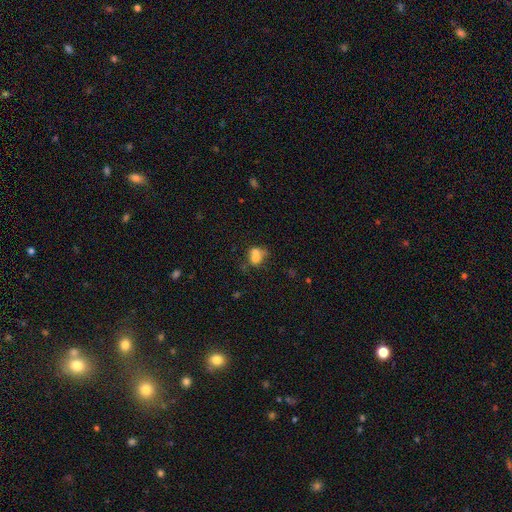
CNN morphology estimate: This is likely a smooth galaxy (66%). How rounded: possibly round (51%). Merging: possibly merger (59%).